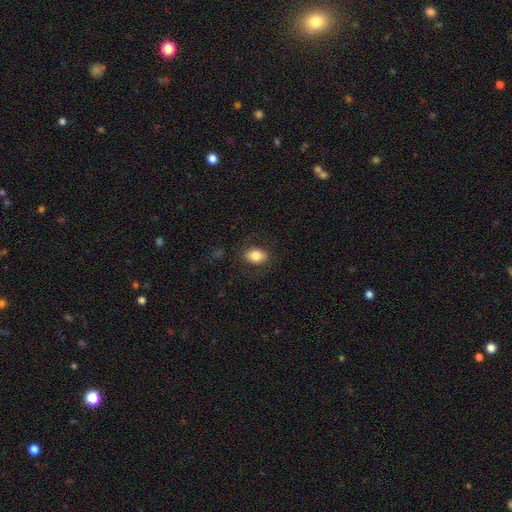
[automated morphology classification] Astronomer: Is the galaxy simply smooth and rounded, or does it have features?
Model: smooth — 81%.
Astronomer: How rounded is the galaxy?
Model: in between — 75%.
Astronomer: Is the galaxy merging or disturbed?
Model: none — 84%.